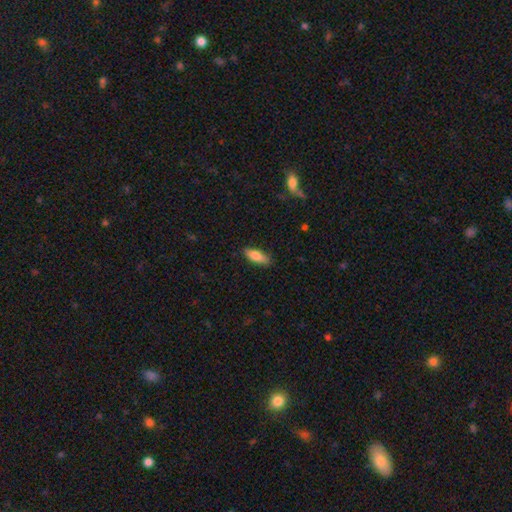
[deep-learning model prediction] Smooth or featured? smooth (79%)
How rounded? in between (62%)
Merging? none (86%)